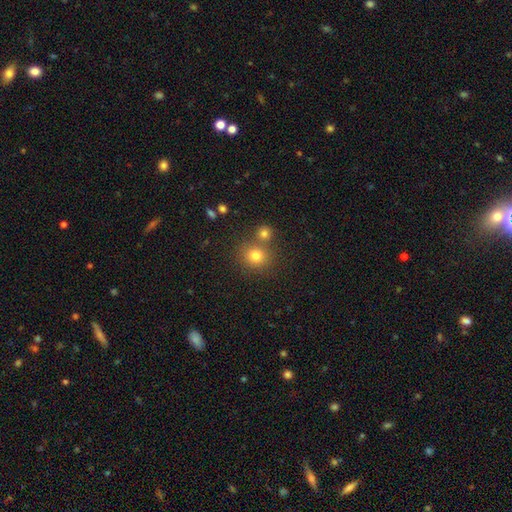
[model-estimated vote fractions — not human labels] smooth-or-featured: smooth: 78% | star or artifact: 14% | featured or disk: 8%
  how-rounded: round: 85% | in between: 14% | cigar-shaped: 1%
  merging: none: 64% | merger: 24% | minor disturbance: 9% | major disturbance: 3%